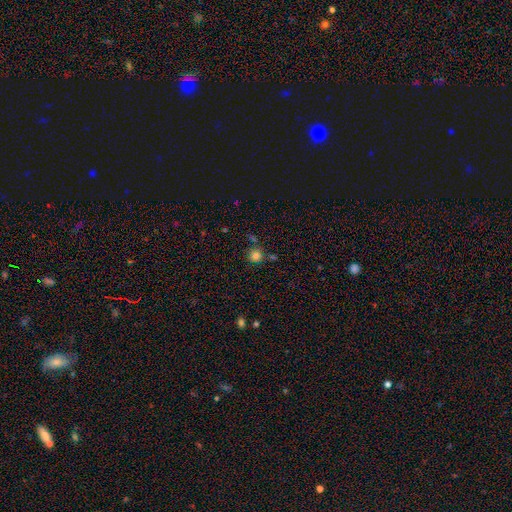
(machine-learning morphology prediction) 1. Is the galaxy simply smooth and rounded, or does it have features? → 81% smooth, 13% star or artifact, 6% featured or disk.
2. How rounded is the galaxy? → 93% round, 7% in between, 1% cigar-shaped.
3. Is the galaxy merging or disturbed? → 76% none, 11% minor disturbance, 10% merger, 4% major disturbance.